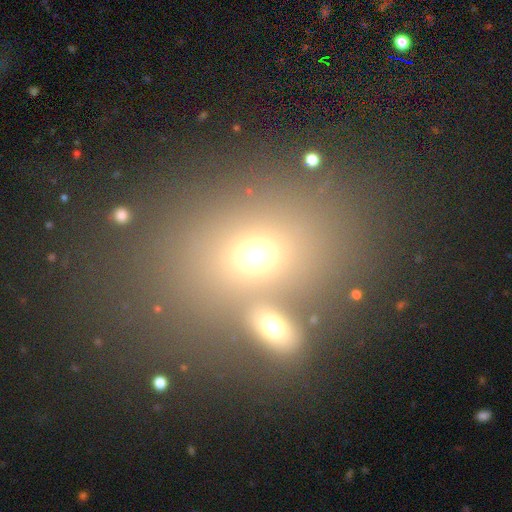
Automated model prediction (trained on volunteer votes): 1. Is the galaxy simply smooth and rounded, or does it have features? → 63% smooth, 21% star or artifact, 16% featured or disk.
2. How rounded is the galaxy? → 62% in between, 36% round, 2% cigar-shaped.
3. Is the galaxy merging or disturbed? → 49% none, 33% merger, 11% minor disturbance, 7% major disturbance.